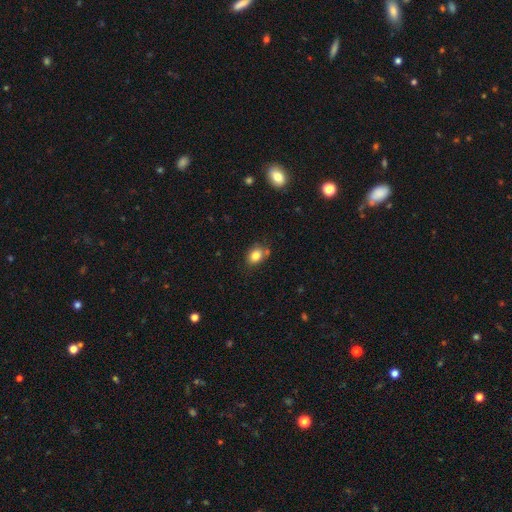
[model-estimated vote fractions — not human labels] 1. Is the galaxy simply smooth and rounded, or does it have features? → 81% smooth, 10% star or artifact, 8% featured or disk.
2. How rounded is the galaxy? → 57% in between, 42% round, 1% cigar-shaped.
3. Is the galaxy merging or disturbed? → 68% none, 18% minor disturbance, 10% merger, 4% major disturbance.